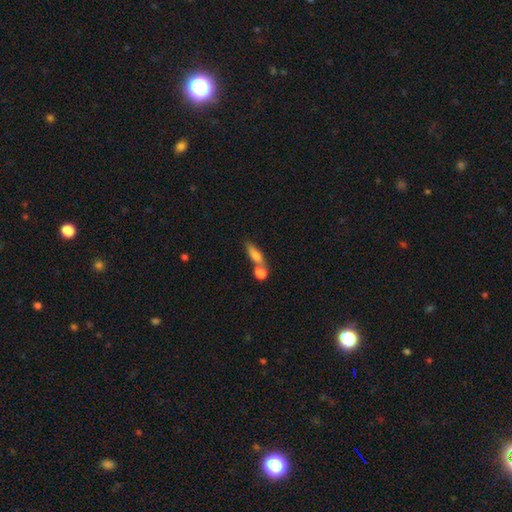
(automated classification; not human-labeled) Smooth or featured? smooth (72%)
How rounded? in between (50%)
Merging? none (42%)